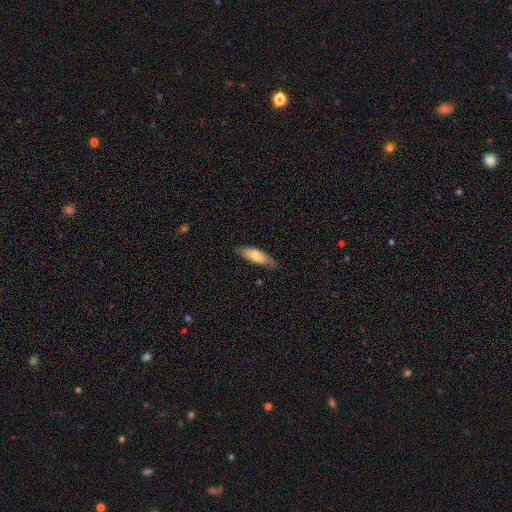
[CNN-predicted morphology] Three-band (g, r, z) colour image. It shows a smooth galaxy with no disk features (67%) that is in between round and cigar-shaped (59%). Merging: none (72%).